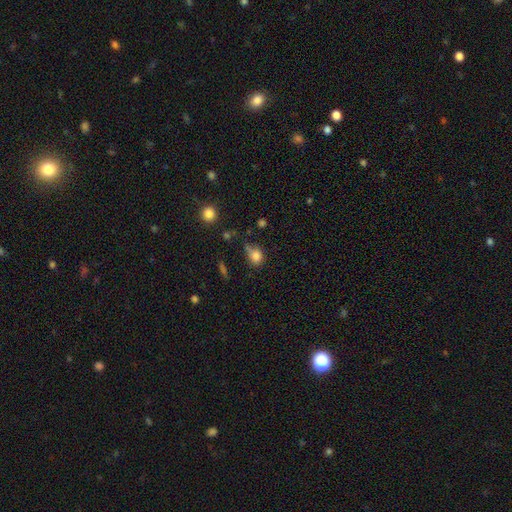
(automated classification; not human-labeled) This is likely a smooth galaxy (80%). How rounded: possibly round (52%). Merging: marginally none (42%).